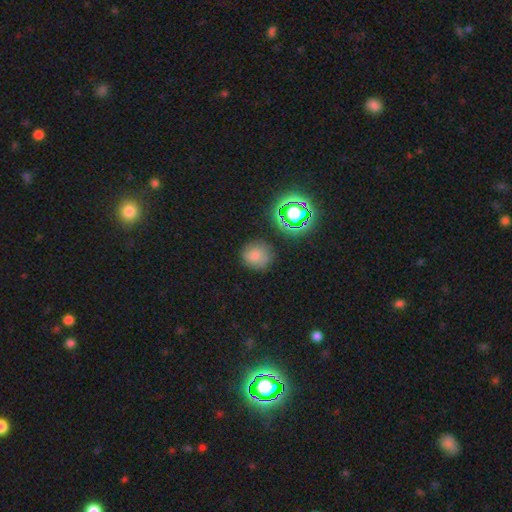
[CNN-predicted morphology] type=smooth (73%); roundness=round (87%); merging=none (81%).